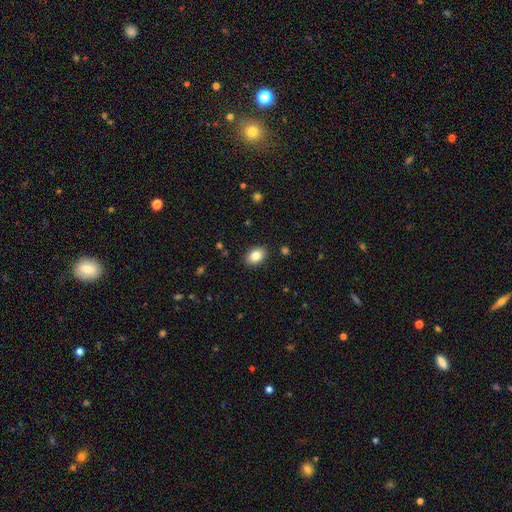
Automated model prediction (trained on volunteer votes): Morphology: type=smooth (84%); roundness=in between (81%); merging=none (88%).